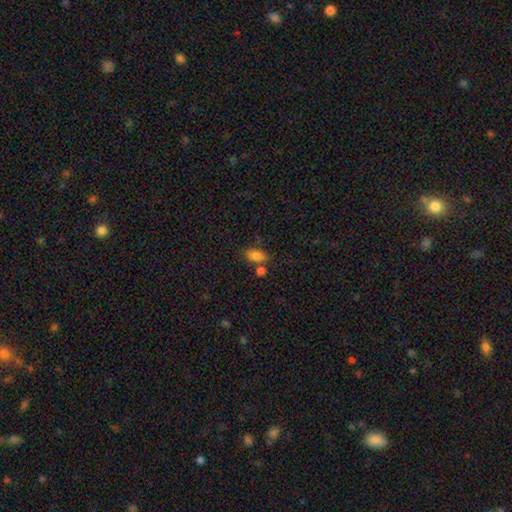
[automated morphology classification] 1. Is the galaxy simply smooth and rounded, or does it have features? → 81% smooth, 10% star or artifact, 8% featured or disk.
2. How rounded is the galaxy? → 88% in between, 7% round, 5% cigar-shaped.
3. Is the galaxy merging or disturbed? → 64% none, 17% merger, 15% minor disturbance, 5% major disturbance.